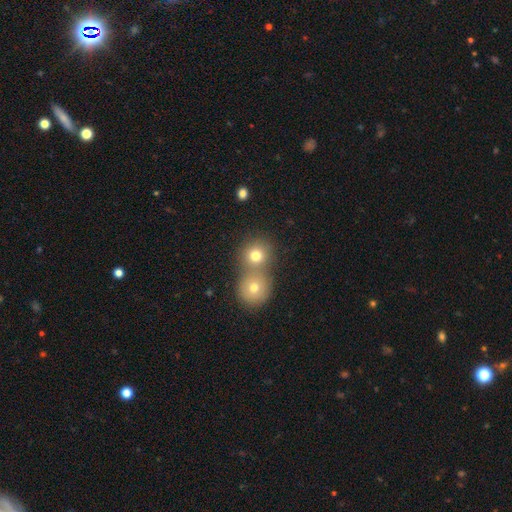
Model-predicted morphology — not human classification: Smooth or featured? smooth (76%)
How rounded? round (85%)
Merging? merger (48%)